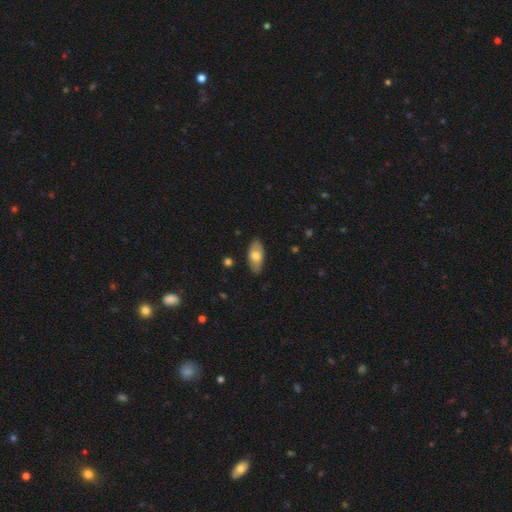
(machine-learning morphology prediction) smooth 67%, featured or disk 27%, star or artifact 6%. Down the decision tree: how rounded — in between (92%); merging — none (85%).